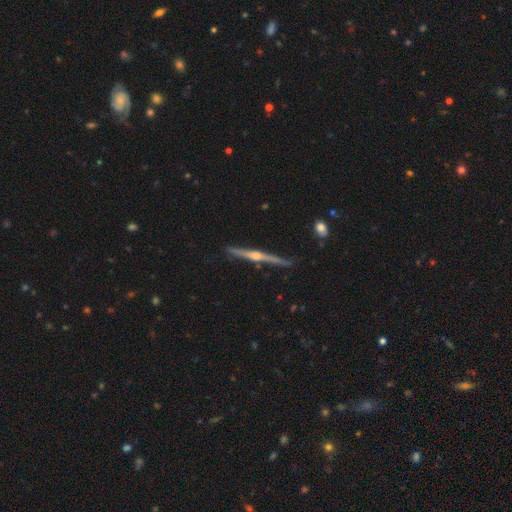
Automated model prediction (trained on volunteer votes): Overall: featured or disk (84%). Edge-on disk: yes (98%). Edge-on bulge: rounded (89%). Merging: none (90%).